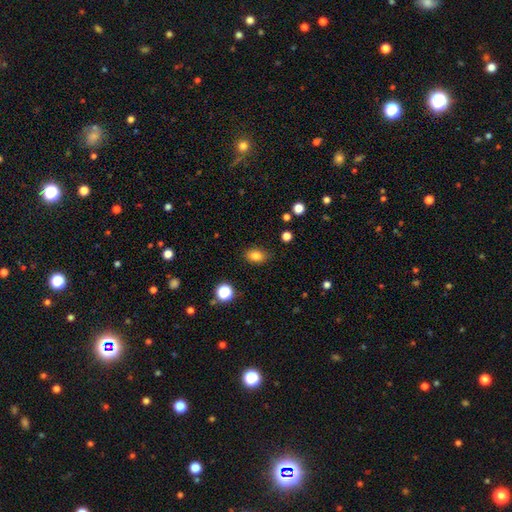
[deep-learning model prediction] Overall: smooth (82%). How rounded: in between (79%). Merging: none (85%).